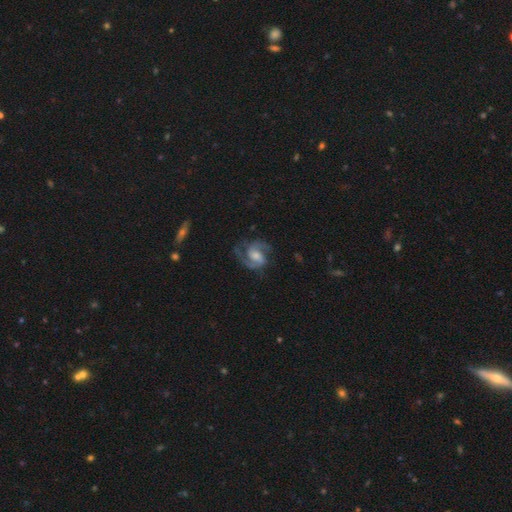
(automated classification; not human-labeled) smooth_or_featured: featured or disk (p=0.89) [alt: smooth p=0.06]
disk_edge_on: no (p=0.98) [alt: yes p=0.02]
bar: weak (p=0.48) [alt: no p=0.36]
has_spiral_arms: yes (p=0.98) [alt: no p=0.02]
spiral_winding: medium (p=0.59) [alt: tight p=0.25]
spiral_arm_count: 2 (p=0.85) [alt: 3 p=0.06]
bulge_size: moderate (p=0.42) [alt: small p=0.33]
merging: none (p=0.70) [alt: minor disturbance p=0.17]